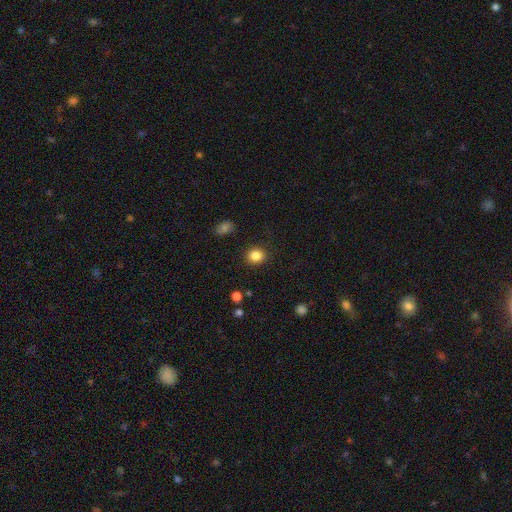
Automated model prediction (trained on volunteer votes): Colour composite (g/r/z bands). It shows a smooth galaxy with no disk features (86%) that is round (77%). Merging: none (89%).